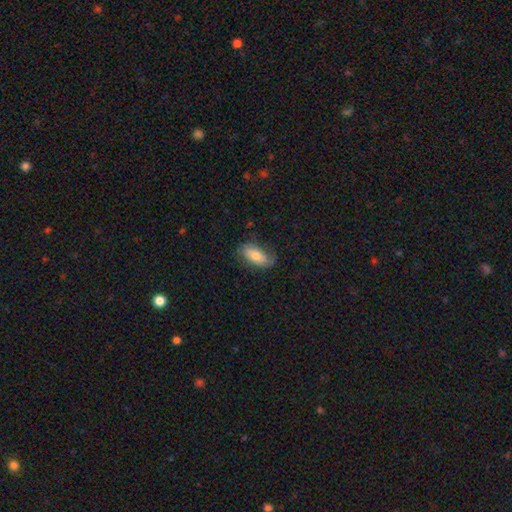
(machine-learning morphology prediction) Smooth or featured?
  - smooth: 67% *
  - featured or disk: 26%
  - star or artifact: 7%
How rounded?
  - in between: 86% *
  - cigar-shaped: 11%
  - round: 4%
Merging?
  - none: 70% *
  - minor disturbance: 22%
  - major disturbance: 7%
  - merger: 1%